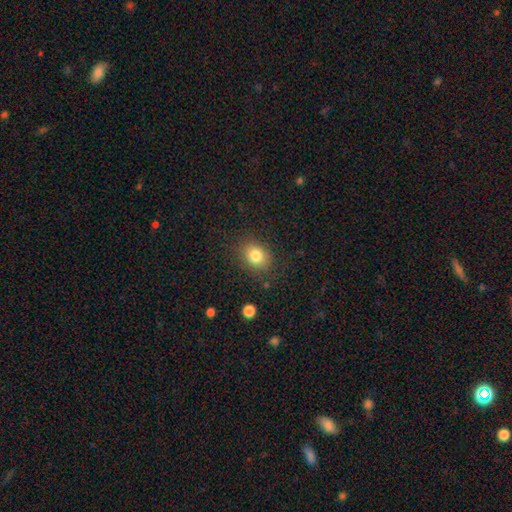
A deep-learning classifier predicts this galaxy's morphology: Overall: smooth (82%). How rounded: round (50%; in between 49%). Merging: none (84%).